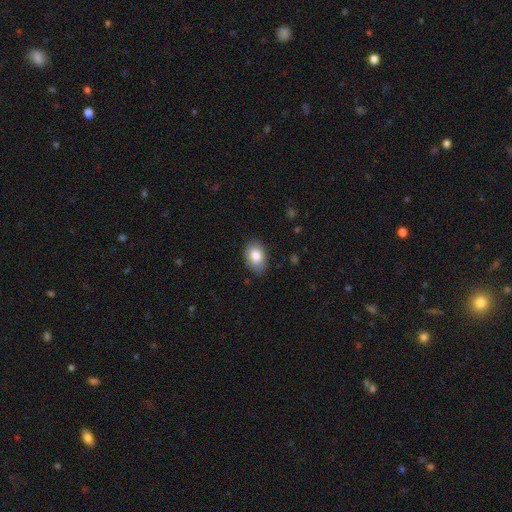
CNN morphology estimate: smooth 82%, featured or disk 11%, star or artifact 7%. Down the decision tree: how rounded — in between (86%); merging — none (84%).